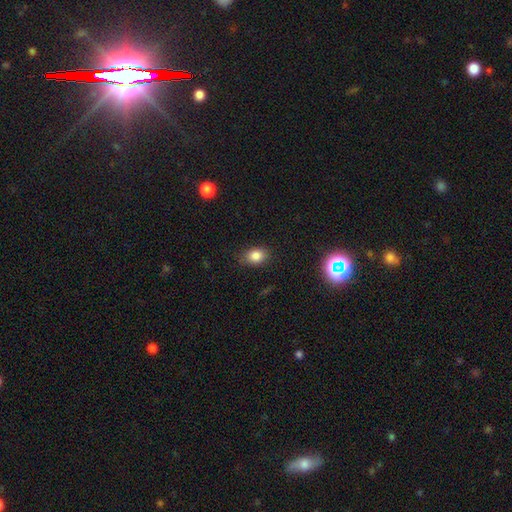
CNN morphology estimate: This is clearly a smooth galaxy (82%). How rounded: likely in between (66%). Merging: clearly none (80%).